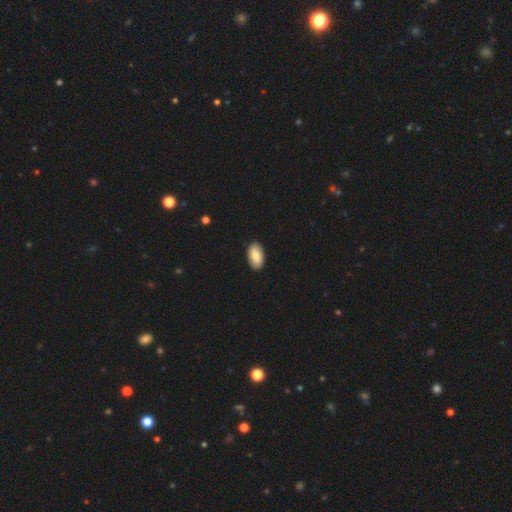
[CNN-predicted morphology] Q: Smooth or featured?
A: smooth (81%); runner-up: featured or disk (13%)
Q: How rounded?
A: in between (95%); runner-up: round (3%)
Q: Merging?
A: none (90%); runner-up: minor disturbance (7%)